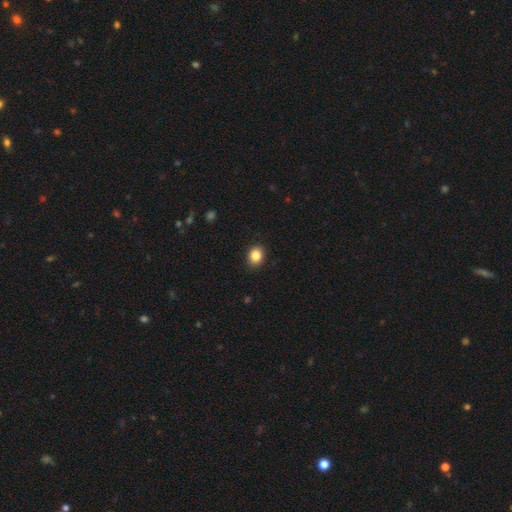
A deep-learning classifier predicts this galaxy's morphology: Smooth or featured? Predicted: smooth (p=0.85). How rounded? Predicted: round (p=0.53). Merging? Predicted: none (p=0.90).